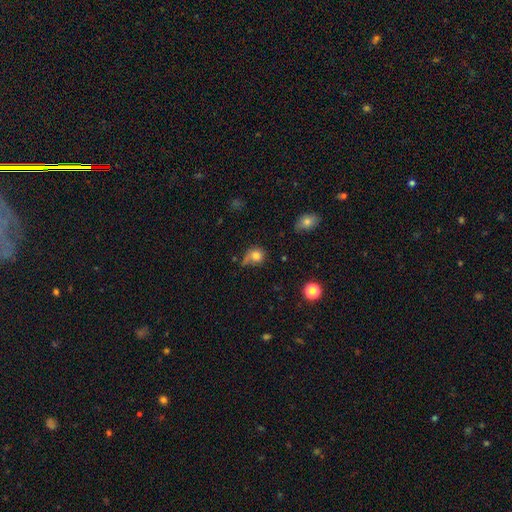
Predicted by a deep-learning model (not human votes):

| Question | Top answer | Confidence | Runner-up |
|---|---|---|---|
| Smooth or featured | smooth | 77% | star or artifact (12%) |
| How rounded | round | 77% | in between (21%) |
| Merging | none | 46% | minor disturbance (26%) |